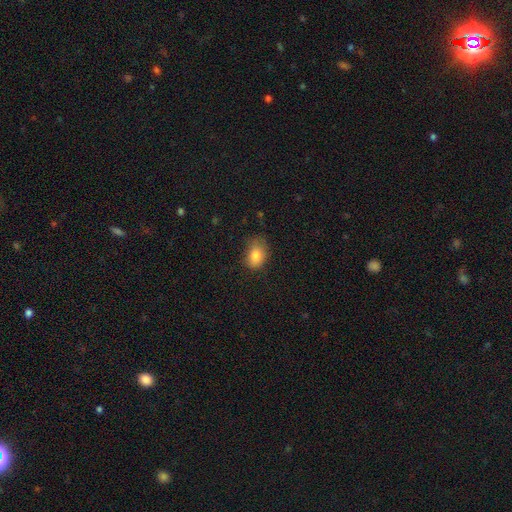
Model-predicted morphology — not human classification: type=smooth (82%); roundness=in between (74%); merging=none (59%).